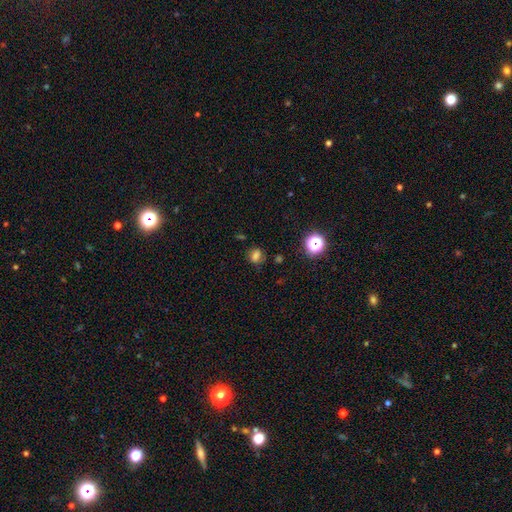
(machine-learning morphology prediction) The model was most divided on "how rounded": round: 54%, in between: 45%, cigar-shaped: 2%. More confident: merging — none (73%); smooth or featured — smooth (68%).